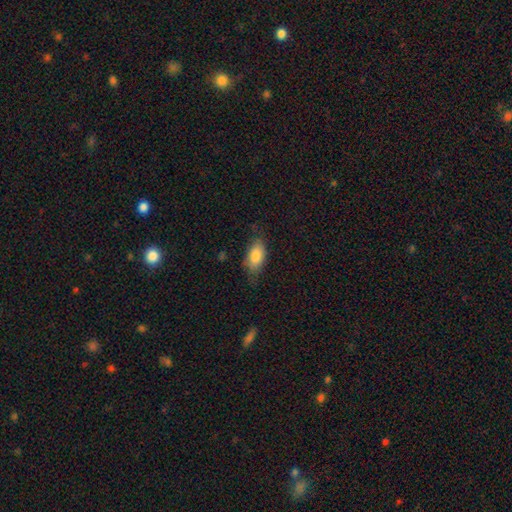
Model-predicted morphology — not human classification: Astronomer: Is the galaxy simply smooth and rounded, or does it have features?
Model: smooth — 83%.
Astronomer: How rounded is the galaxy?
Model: in between — 91%.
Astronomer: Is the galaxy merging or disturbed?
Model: none — 67%.